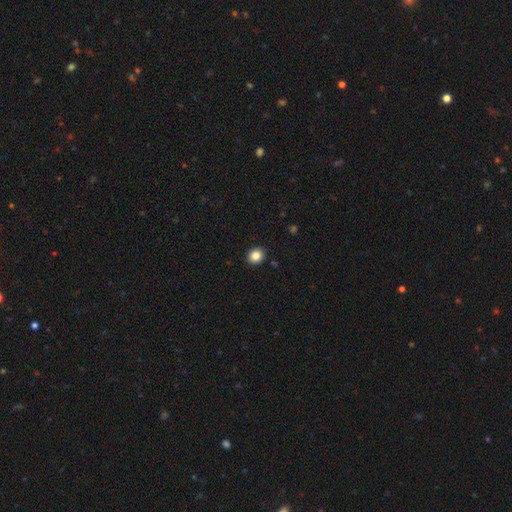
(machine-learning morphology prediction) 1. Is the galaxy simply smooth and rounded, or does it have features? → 85% smooth, 10% star or artifact, 5% featured or disk.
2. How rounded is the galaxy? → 71% round, 28% in between, 1% cigar-shaped.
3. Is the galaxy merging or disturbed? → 91% none, 6% minor disturbance, 2% major disturbance, 1% merger.